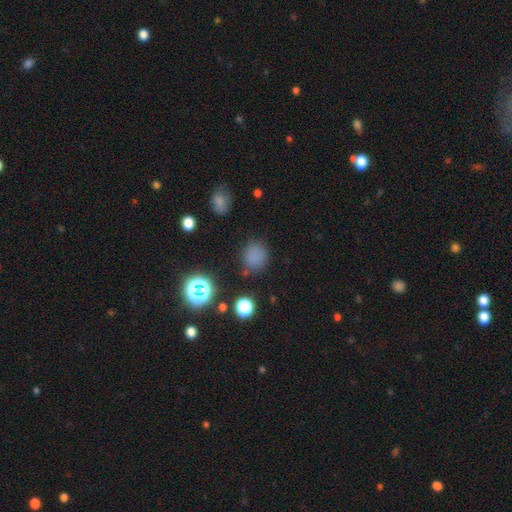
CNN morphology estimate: Smooth or featured: smooth — 73% (star or artifact — 21%)
How rounded: round — 83% (in between — 16%)
Merging: none — 77% (minor disturbance — 14%)